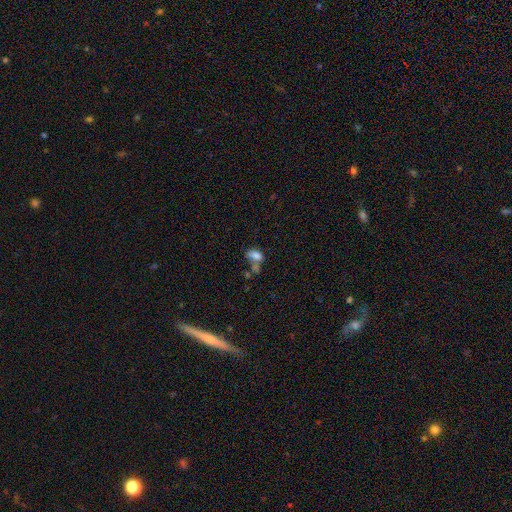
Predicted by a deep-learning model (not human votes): A smooth galaxy with no disk features (73%) that is in between round and cigar-shaped (87%). Merging: merger (37%).